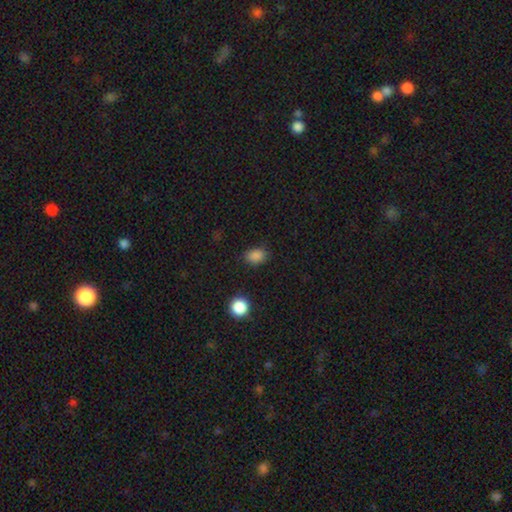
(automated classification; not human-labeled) Overall: smooth (85%). How rounded: in between (74%). Merging: none (83%).